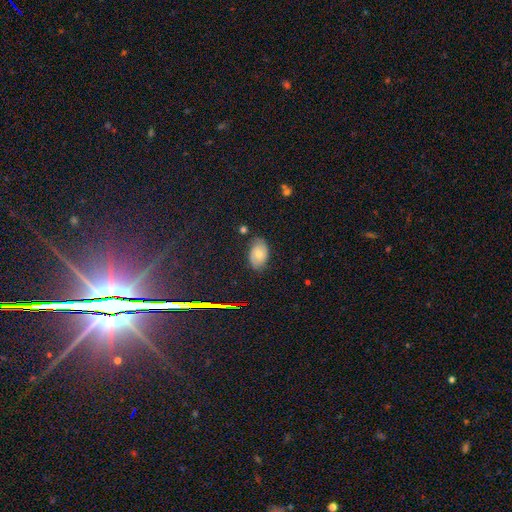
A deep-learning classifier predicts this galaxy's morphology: Overall: smooth (41%; star or artifact 37%). Merging: none (82%).